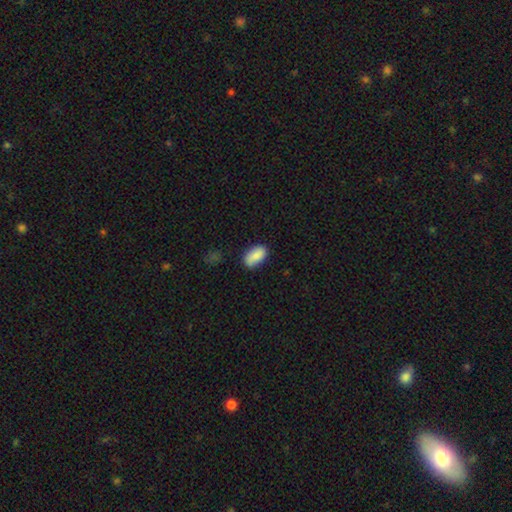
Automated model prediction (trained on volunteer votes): Smooth or featured?
  - smooth: 85% *
  - featured or disk: 8%
  - star or artifact: 7%
How rounded?
  - in between: 93% *
  - round: 5%
  - cigar-shaped: 2%
Merging?
  - none: 74% *
  - minor disturbance: 20%
  - major disturbance: 4%
  - merger: 2%